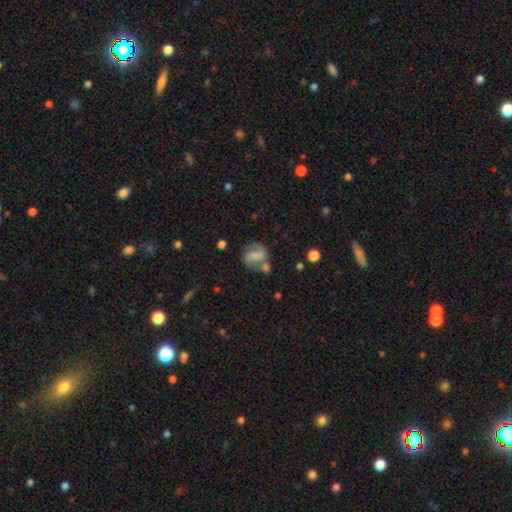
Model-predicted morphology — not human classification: A featured or disk galaxy (63%) with a weak bar (39%), 2 (86%) medium (44%) spiral arms (88%) and no central bulge (60%). Merging: none (52%).